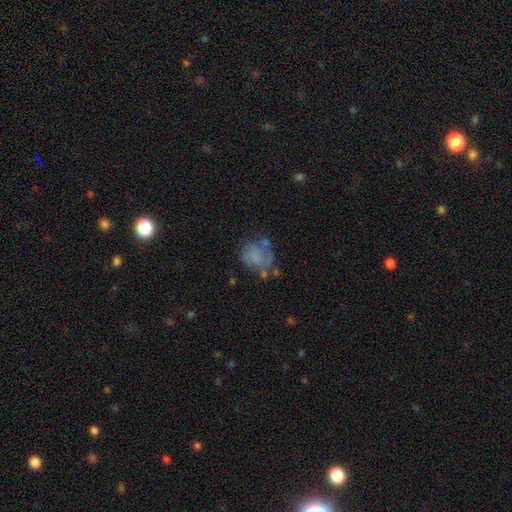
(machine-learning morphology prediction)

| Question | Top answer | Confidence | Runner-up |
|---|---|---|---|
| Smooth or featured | smooth | 45% | featured or disk (44%) |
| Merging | none | 39% | major disturbance (27%) |